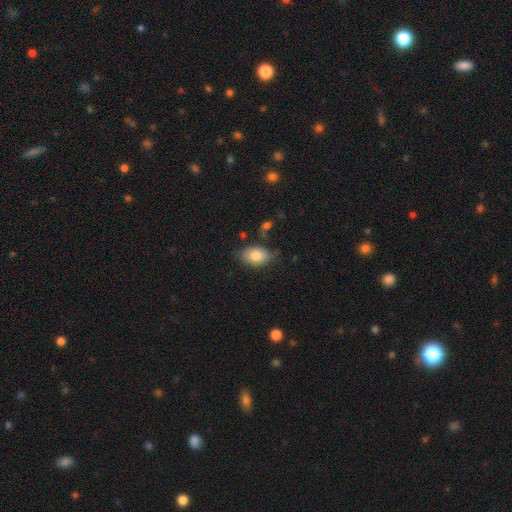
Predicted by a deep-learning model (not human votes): Q: Smooth or featured?
A: smooth (79%); runner-up: featured or disk (14%)
Q: How rounded?
A: in between (86%); runner-up: round (12%)
Q: Merging?
A: none (63%); runner-up: minor disturbance (25%)